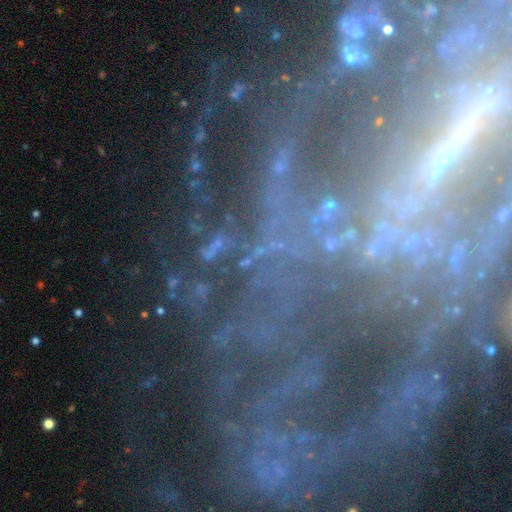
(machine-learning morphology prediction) The model was most divided on "smooth or featured": star or artifact: 47%, featured or disk: 41%, smooth: 13%.